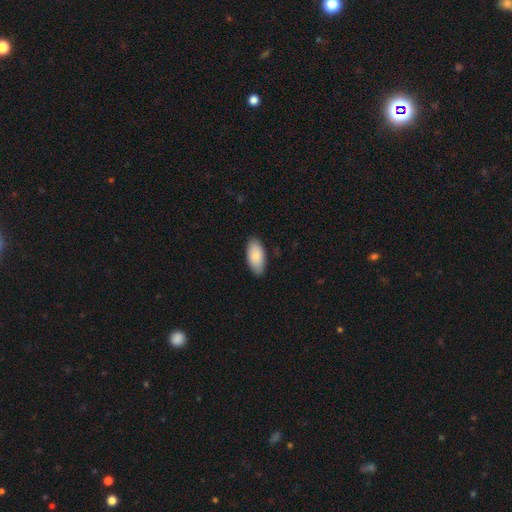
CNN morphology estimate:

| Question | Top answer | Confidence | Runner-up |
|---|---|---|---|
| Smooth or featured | smooth | 86% | featured or disk (9%) |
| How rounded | in between | 94% | cigar-shaped (4%) |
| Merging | none | 86% | minor disturbance (11%) |